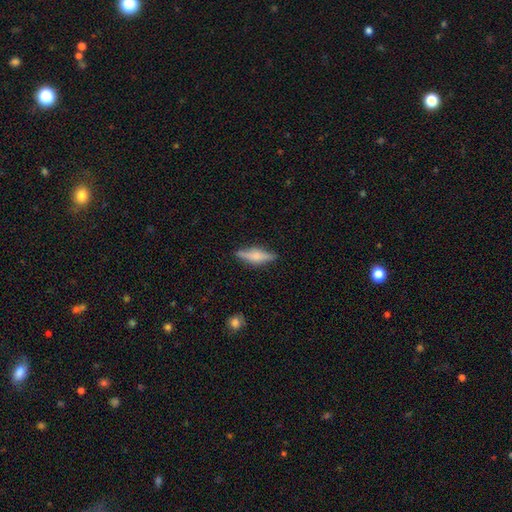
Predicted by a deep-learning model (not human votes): Smooth or featured? featured or disk (50%)
Edge-on disk? yes (95%)
Merging? none (84%)